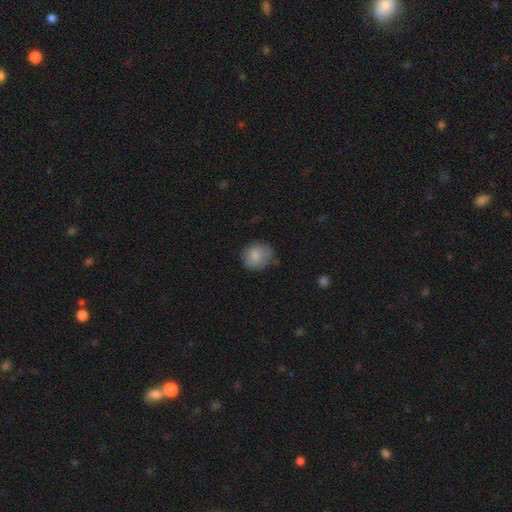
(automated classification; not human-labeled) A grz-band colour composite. It shows a smooth galaxy with no disk features (82%) that is round (75%). Merging: none (64%).